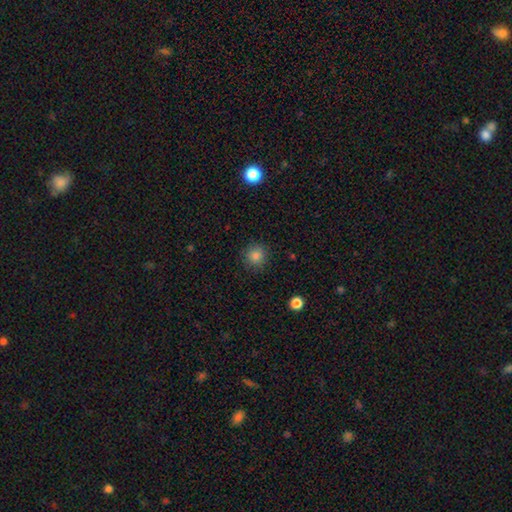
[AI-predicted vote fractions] A smooth galaxy with no disk features (83%) that is round (93%).

Vote fractions:
- Smooth or featured? smooth: 83% / star or artifact: 12% / featured or disk: 5%
- How rounded? round: 93% / in between: 6% / cigar-shaped: 1%
- Merging? none: 90% / minor disturbance: 7% / major disturbance: 2% / merger: 1%